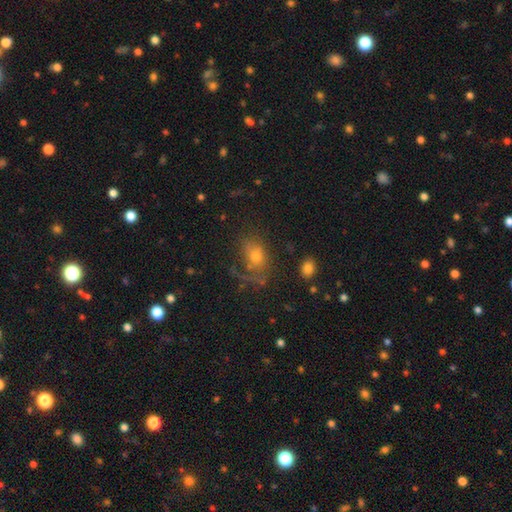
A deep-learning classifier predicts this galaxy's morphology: The model was most divided on "merging": none: 45%, major disturbance: 29%, minor disturbance: 21%, merger: 5%. More confident: how rounded — in between (70%); smooth or featured — smooth (52%).